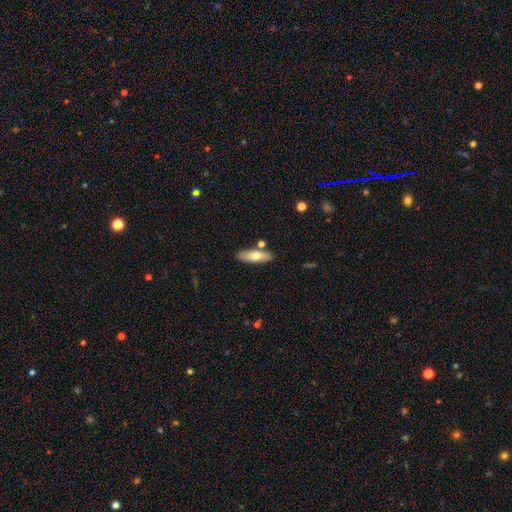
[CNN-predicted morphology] smooth 67%, featured or disk 27%, star or artifact 6%. Down the decision tree: how rounded — cigar-shaped (52%); merging — none (81%).